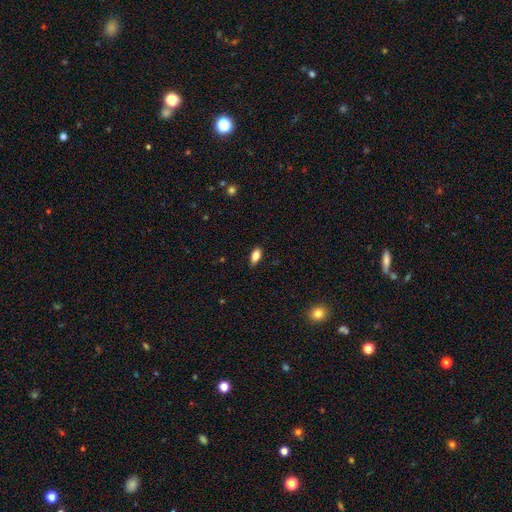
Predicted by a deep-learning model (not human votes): Smooth or featured: smooth — 80% (featured or disk — 11%)
How rounded: in between — 87% (cigar-shaped — 10%)
Merging: none — 86% (minor disturbance — 11%)